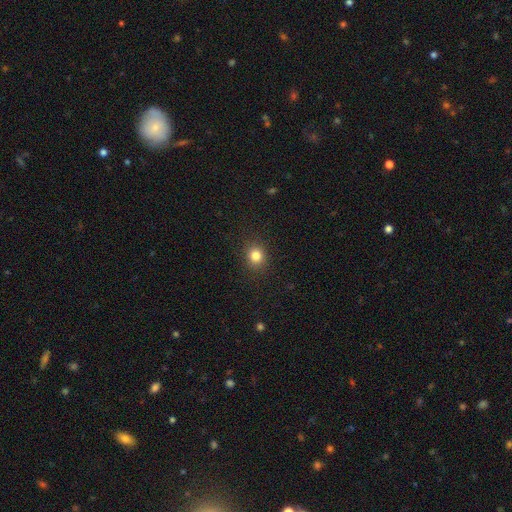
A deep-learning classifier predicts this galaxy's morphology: Q: Smooth or featured?
A: smooth (82%); runner-up: star or artifact (12%)
Q: How rounded?
A: round (78%); runner-up: in between (21%)
Q: Merging?
A: none (90%); runner-up: minor disturbance (7%)